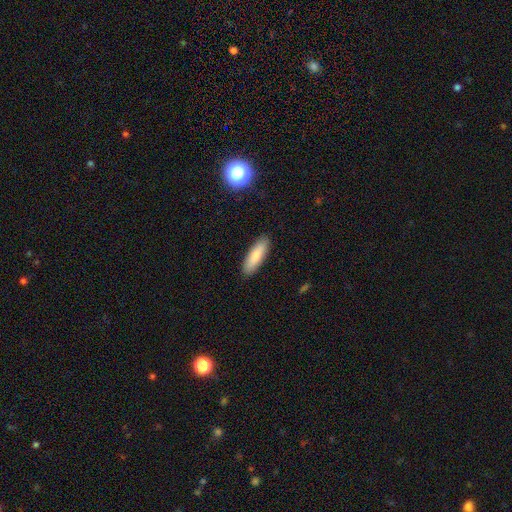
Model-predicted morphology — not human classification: This appears to be a smooth galaxy with no disk features (80%) that is in between round and cigar-shaped (50%). Merging: none (89%).